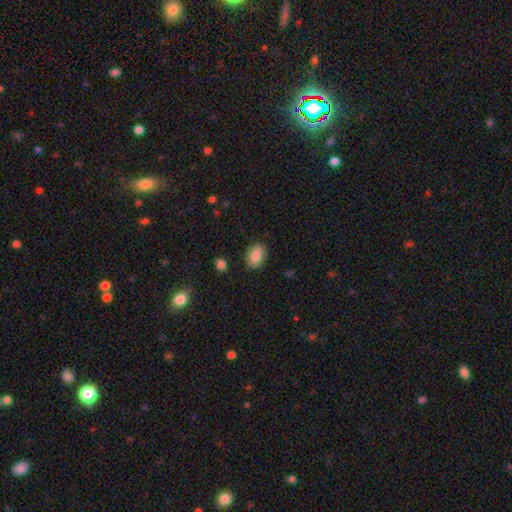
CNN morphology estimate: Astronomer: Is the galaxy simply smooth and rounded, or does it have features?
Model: smooth — 85%.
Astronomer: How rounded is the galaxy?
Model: in between — 85%.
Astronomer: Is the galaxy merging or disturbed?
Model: none — 85%.